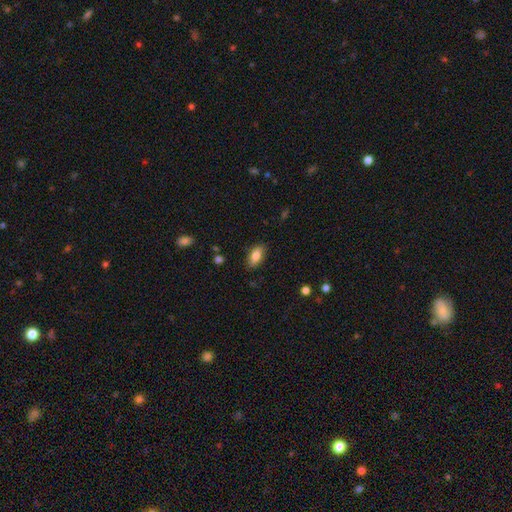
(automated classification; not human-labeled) smooth_or_featured: smooth (p=0.82) [alt: featured or disk p=0.11]
how_rounded: in between (p=0.87) [alt: cigar-shaped p=0.09]
merging: none (p=0.86) [alt: minor disturbance p=0.11]